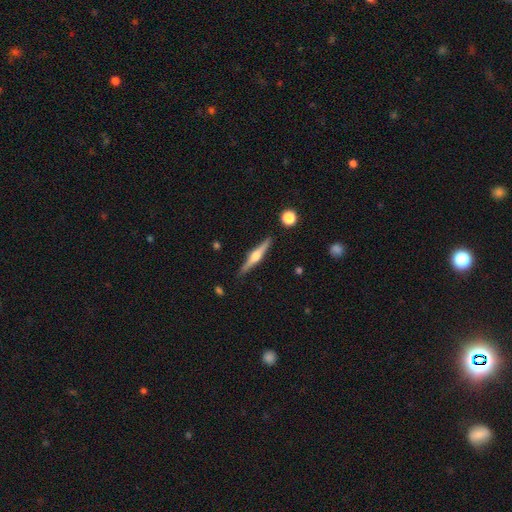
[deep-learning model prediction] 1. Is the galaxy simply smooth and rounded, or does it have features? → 75% featured or disk, 19% smooth, 6% star or artifact.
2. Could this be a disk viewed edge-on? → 98% yes, 2% no.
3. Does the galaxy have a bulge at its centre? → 92% rounded, 5% boxy, 3% none.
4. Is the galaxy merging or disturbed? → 90% none, 7% minor disturbance, 2% merger, 1% major disturbance.